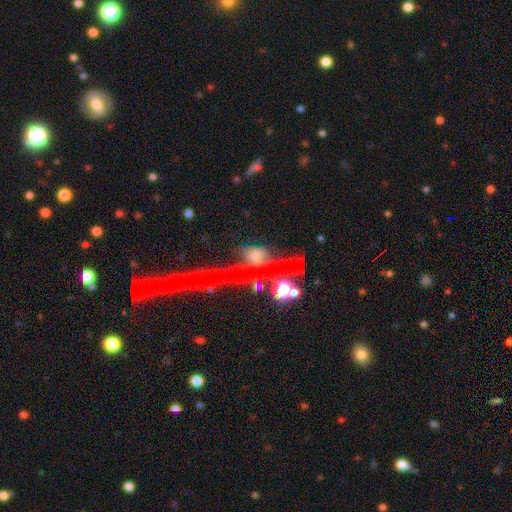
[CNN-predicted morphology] A star or artifact, not a galaxy (45%).

Vote fractions:
- Smooth or featured? star or artifact: 45% / smooth: 32% / featured or disk: 22%